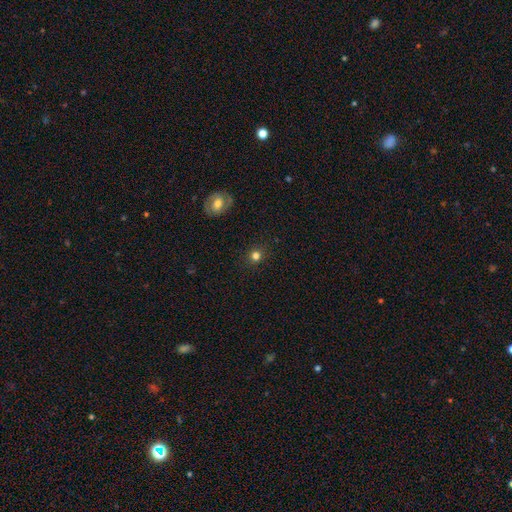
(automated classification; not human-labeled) This is likely a smooth galaxy (78%). How rounded: clearly round (84%). Merging: clearly none (88%).